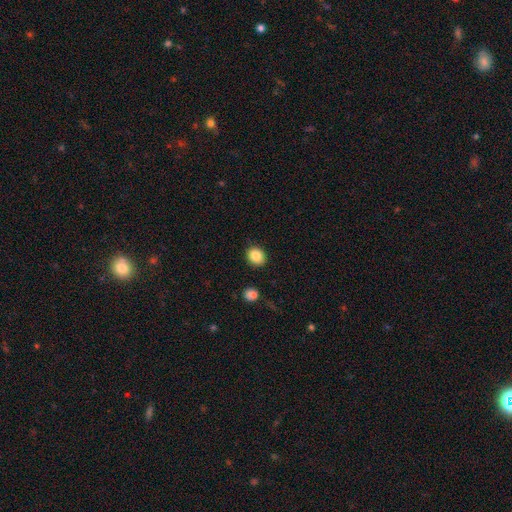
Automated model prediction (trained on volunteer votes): smooth 86%, star or artifact 9%, featured or disk 4%. Down the decision tree: how rounded — round (65%); merging — none (88%).